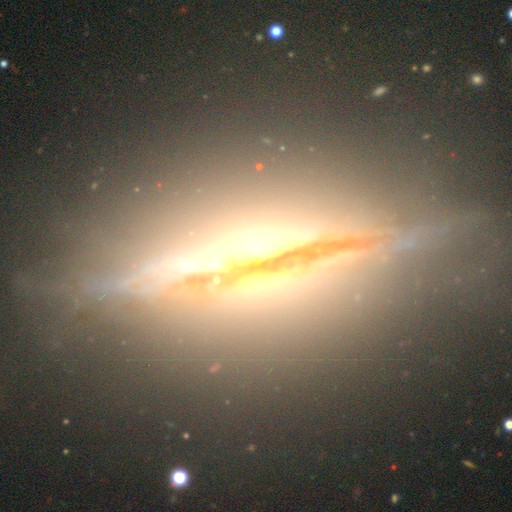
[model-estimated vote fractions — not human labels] Morphology: type=featured or disk (85%); edge-on=yes (95%); edge-on bulge=rounded (81%); merging=none (82%).